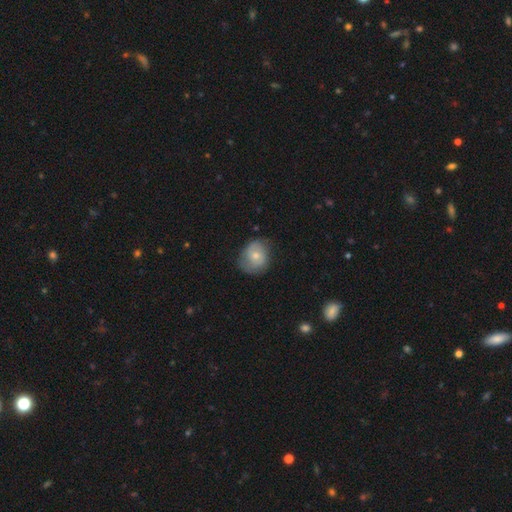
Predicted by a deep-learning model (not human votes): This is possibly a smooth galaxy (57%). How rounded: possibly round (60%). Merging: likely none (61%).